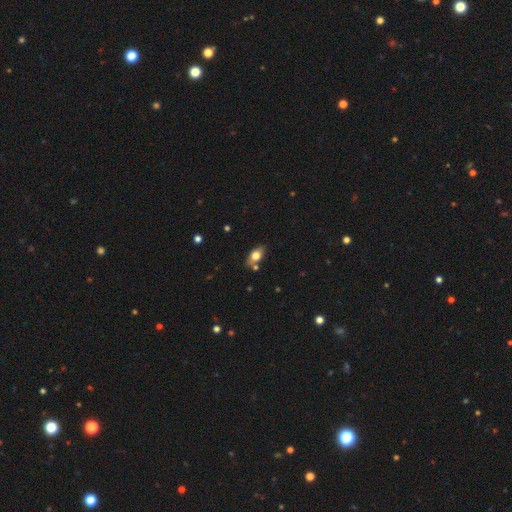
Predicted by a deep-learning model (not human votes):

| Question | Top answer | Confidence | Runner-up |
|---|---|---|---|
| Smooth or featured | smooth | 74% | featured or disk (18%) |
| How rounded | in between | 85% | round (10%) |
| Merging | none | 72% | minor disturbance (16%) |